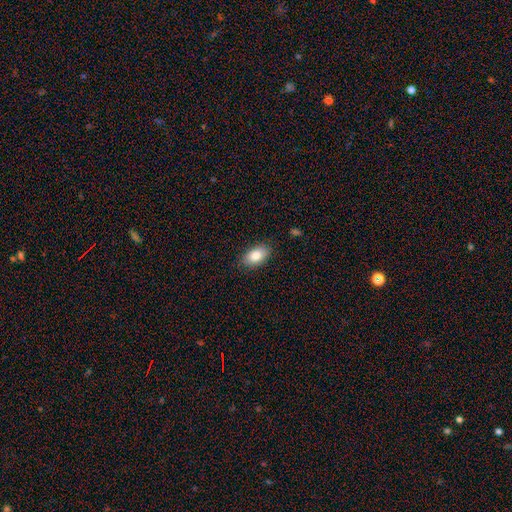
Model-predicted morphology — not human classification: This appears to be a smooth galaxy with no disk features (84%) that is in between round and cigar-shaped (92%). Merging: none (86%).